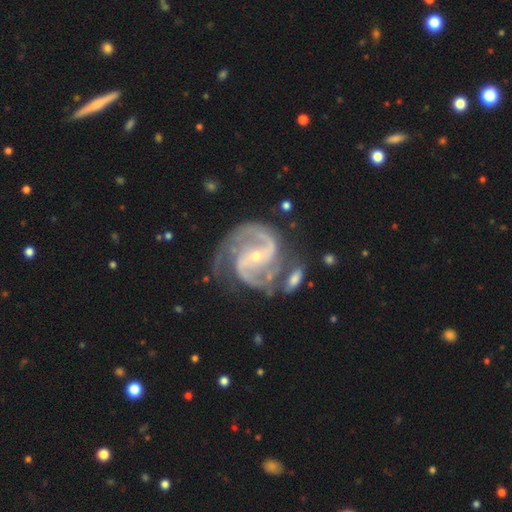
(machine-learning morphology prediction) A featured or disk galaxy (92%) with a weak bar (37%), 2 (84%) medium (58%) spiral arms (98%) and a small central bulge (73%). Merging: none (58%).